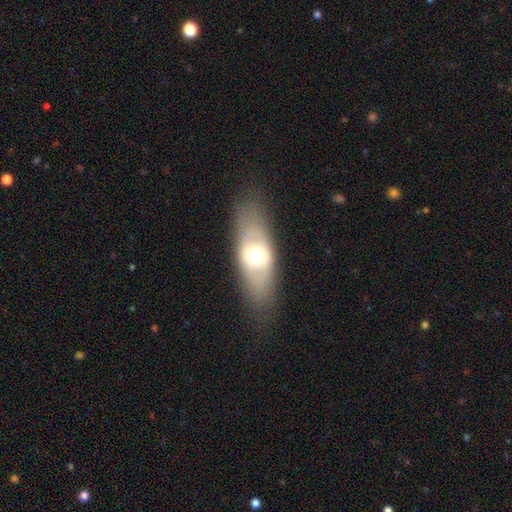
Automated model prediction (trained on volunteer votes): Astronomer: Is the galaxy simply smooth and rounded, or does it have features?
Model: smooth — 48% (runner-up: featured or disk, 45%).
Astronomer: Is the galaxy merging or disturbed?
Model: none — 81%.